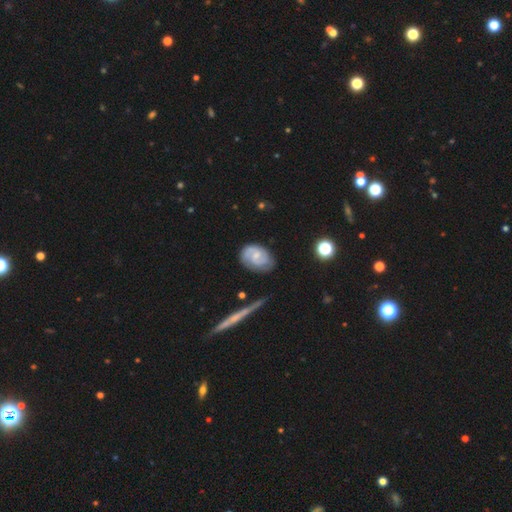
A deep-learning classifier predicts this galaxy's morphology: This appears to be a featured or disk galaxy (69%) with no bar (49%), 2 (71%) medium (43%) spiral arms (92%) and a small central bulge (53%). Merging: none (68%).